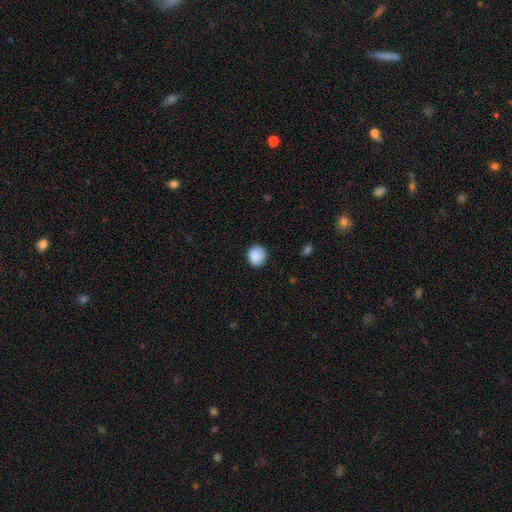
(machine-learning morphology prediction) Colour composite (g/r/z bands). It shows a smooth galaxy with no disk features (87%) that is round (84%). Merging: none (79%).